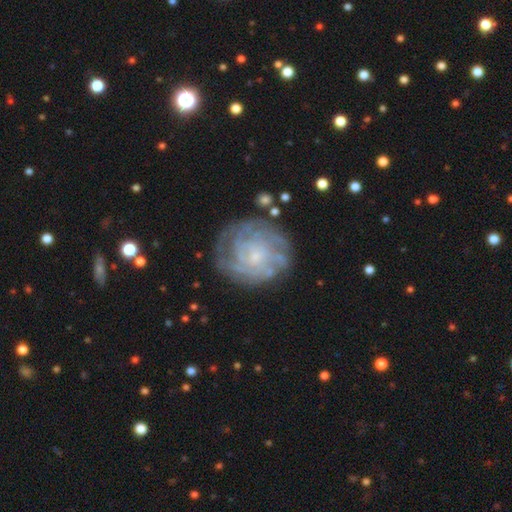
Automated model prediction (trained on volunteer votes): smooth-or-featured: featured or disk: 78% | smooth: 14% | star or artifact: 7%
  disk-edge-on: no: 98% | yes: 2%
    bar: no: 71% | weak: 24% | strong: 4%
    has-spiral-arms: yes: 89% | no: 11%
      spiral-winding: tight: 71% | medium: 22% | loose: 7%
      spiral-arm-count: can't tell: 48% | 4: 15% | 3: 13% | 2: 10% | more than 4: 8% | 1: 6%
    bulge-size: small: 61% | moderate: 20% | none: 16% | large: 2% | dominant: 1%
  merging: none: 73% | minor disturbance: 17% | major disturbance: 8% | merger: 2%